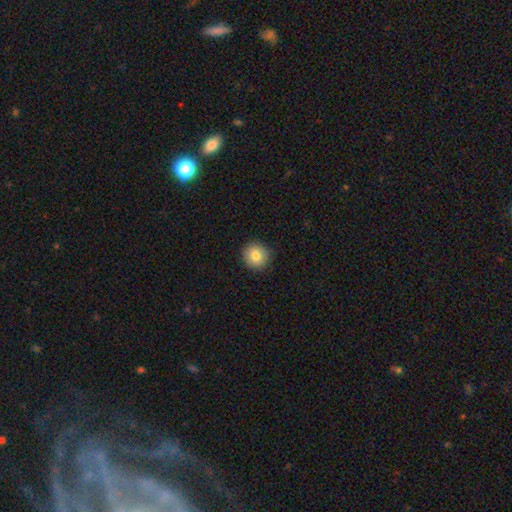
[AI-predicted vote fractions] Smooth or featured? Predicted: smooth (p=0.82). How rounded? Predicted: round (p=0.93). Merging? Predicted: none (p=0.91).